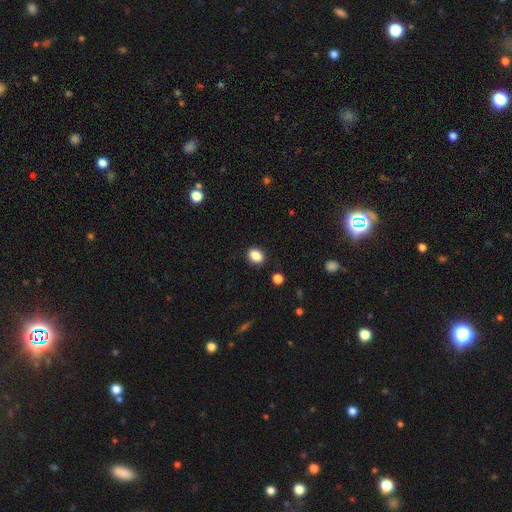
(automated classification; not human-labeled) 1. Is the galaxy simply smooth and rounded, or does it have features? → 86% smooth, 9% star or artifact, 4% featured or disk.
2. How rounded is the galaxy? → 64% in between, 35% round, 1% cigar-shaped.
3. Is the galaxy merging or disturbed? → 88% none, 8% minor disturbance, 2% major disturbance, 2% merger.